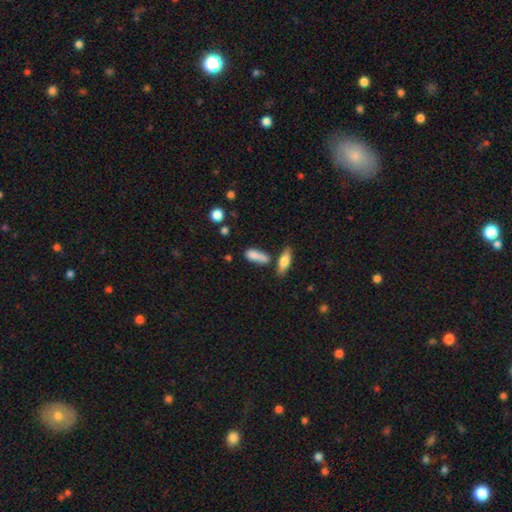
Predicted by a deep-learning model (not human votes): Q: Smooth or featured?
A: smooth (81%); runner-up: featured or disk (11%)
Q: How rounded?
A: in between (68%); runner-up: cigar-shaped (27%)
Q: Merging?
A: none (45%); runner-up: merger (26%)